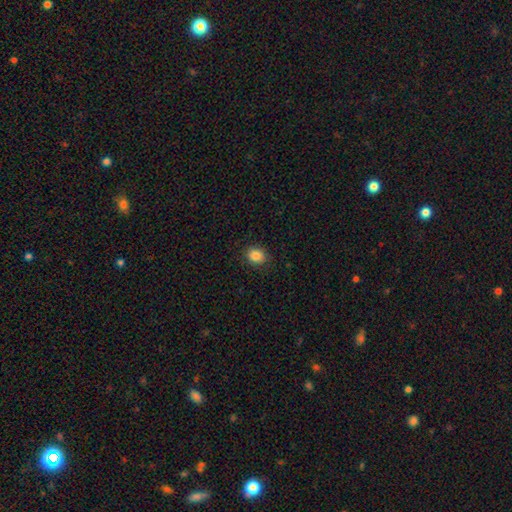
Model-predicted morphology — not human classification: smooth_or_featured: smooth (p=0.85) [alt: star or artifact p=0.10]
how_rounded: round (p=0.67) [alt: in between p=0.32]
merging: none (p=0.88) [alt: minor disturbance p=0.09]